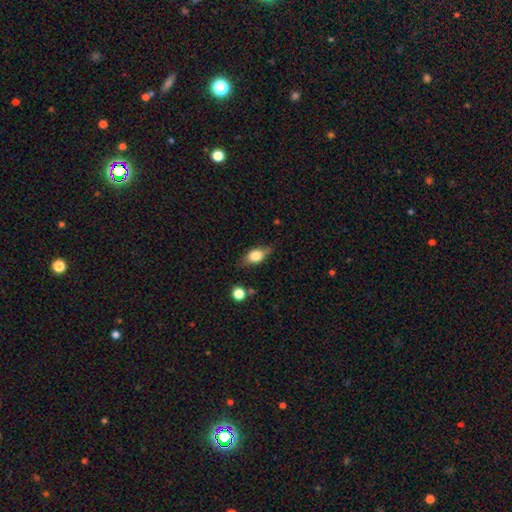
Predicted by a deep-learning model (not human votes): Smooth or featured: smooth — 70% (featured or disk — 22%)
How rounded: in between — 78% (round — 13%)
Merging: none — 73% (minor disturbance — 20%)